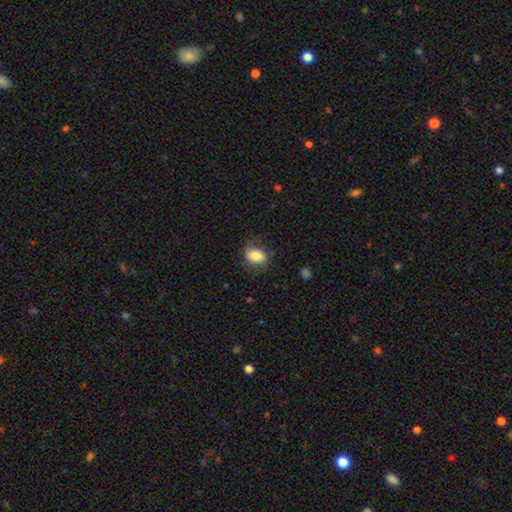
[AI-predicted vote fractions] A smooth galaxy with no disk features (73%) that is in between round and cigar-shaped (66%).

Vote fractions:
- Smooth or featured? smooth: 73% / featured or disk: 19% / star or artifact: 8%
- How rounded? in between: 66% / round: 33% / cigar-shaped: 1%
- Merging? none: 69% / minor disturbance: 21% / major disturbance: 9% / merger: 1%